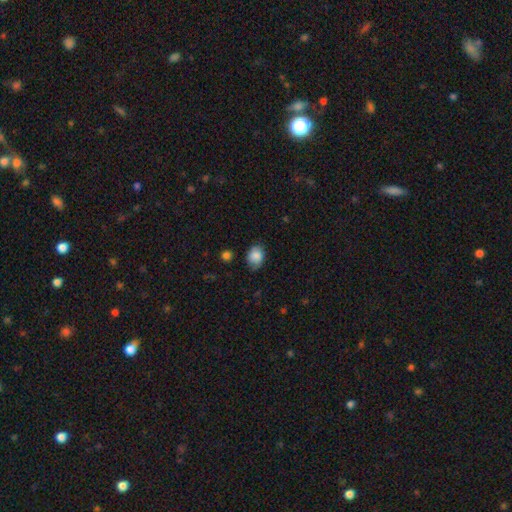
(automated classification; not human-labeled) A smooth galaxy with no disk features (82%) that is in between round and cigar-shaped (57%).

Vote fractions:
- Smooth or featured? smooth: 82% / featured or disk: 9% / star or artifact: 8%
- How rounded? in between: 57% / round: 42% / cigar-shaped: 1%
- Merging? none: 70% / minor disturbance: 24% / major disturbance: 5% / merger: 2%